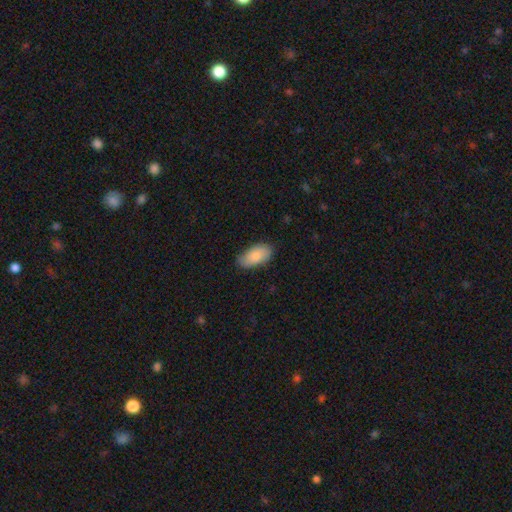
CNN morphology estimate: Smooth or featured: smooth — 84% (featured or disk — 10%)
How rounded: in between — 94% (cigar-shaped — 3%)
Merging: none — 80% (minor disturbance — 16%)